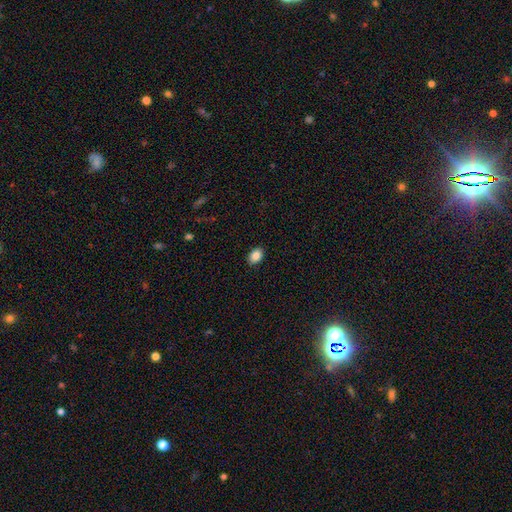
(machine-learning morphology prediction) Smooth or featured? smooth (87%)
How rounded? in between (82%)
Merging? none (89%)